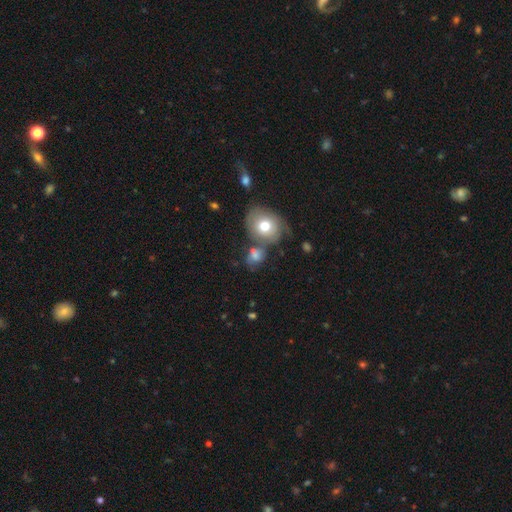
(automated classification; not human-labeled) This is likely a smooth galaxy (61%). How rounded: possibly round (55%). Merging: marginally none (42%).